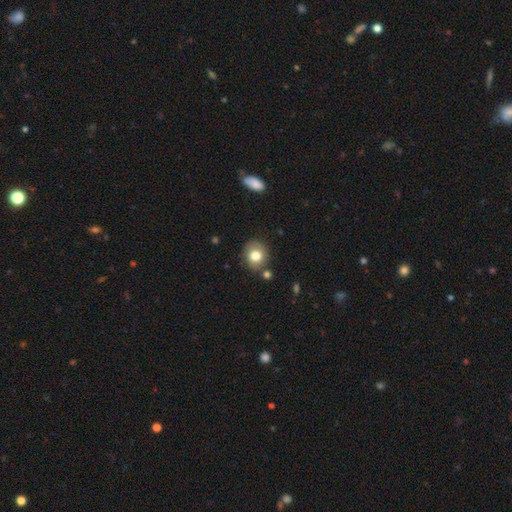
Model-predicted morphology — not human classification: A smooth galaxy with no disk features (77%) that is round (74%).

Vote fractions:
- Smooth or featured? smooth: 77% / featured or disk: 13% / star or artifact: 10%
- How rounded? round: 74% / in between: 25% / cigar-shaped: 1%
- Merging? none: 77% / minor disturbance: 14% / merger: 6% / major disturbance: 4%